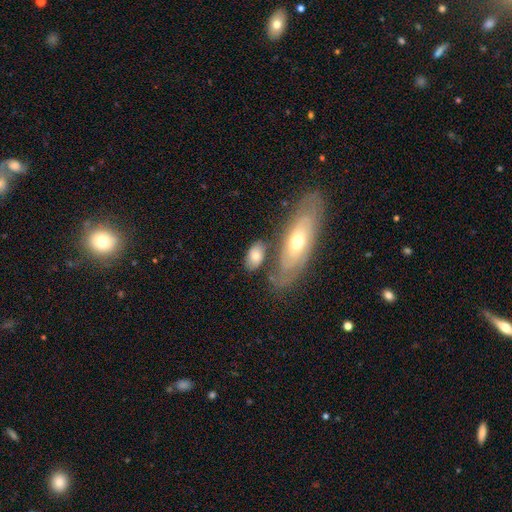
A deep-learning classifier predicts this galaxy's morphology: Smooth or featured: smooth — 65% (featured or disk — 28%)
How rounded: in between — 86% (round — 8%)
Merging: none — 57% (merger — 21%)